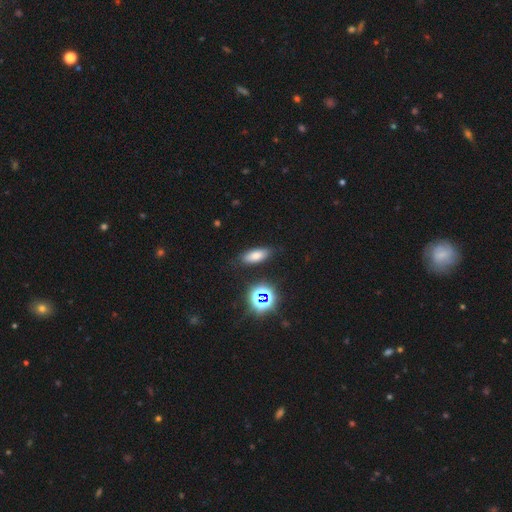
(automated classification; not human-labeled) Q: Smooth or featured?
A: smooth (69%); runner-up: star or artifact (19%)
Q: How rounded?
A: in between (76%); runner-up: cigar-shaped (18%)
Q: Merging?
A: none (84%); runner-up: minor disturbance (10%)